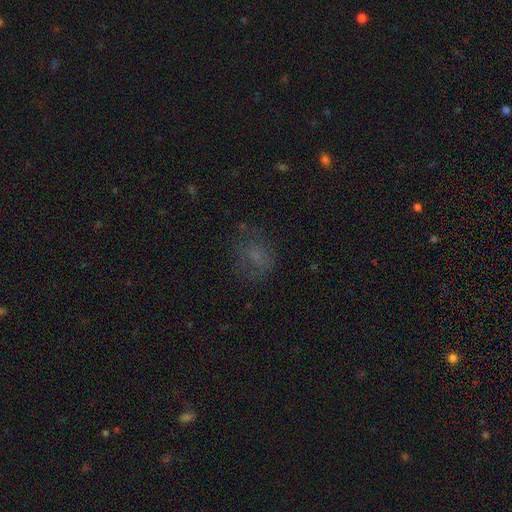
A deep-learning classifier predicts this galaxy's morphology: smooth 56%, featured or disk 23%, star or artifact 22%. Down the decision tree: how rounded — round (54%); merging — none (60%).